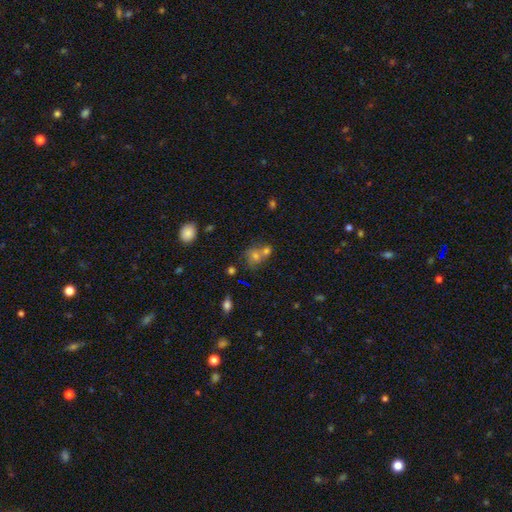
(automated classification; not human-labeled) Q: Smooth or featured?
A: smooth (62%); runner-up: star or artifact (20%)
Q: How rounded?
A: round (73%); runner-up: in between (25%)
Q: Merging?
A: none (44%); runner-up: merger (43%)